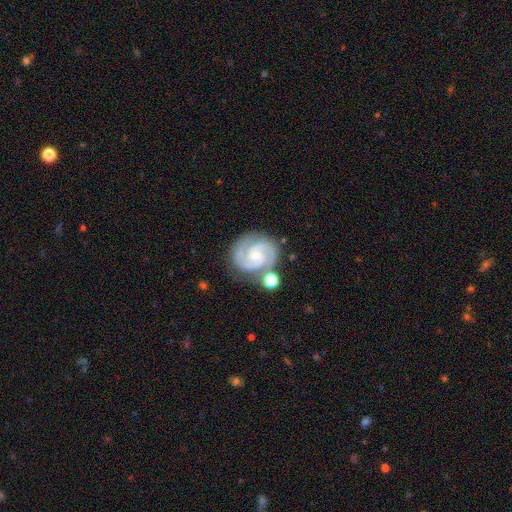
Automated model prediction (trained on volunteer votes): Morphology: type=featured or disk (90%); edge-on=no (98%); bar=no (65%); spiral arms=yes (98%); winding=tight (61%); arm count=2 (86%); bulge=small (69%); merging=none (76%).